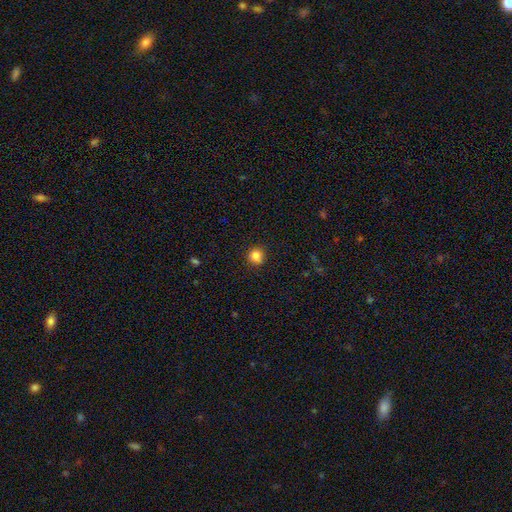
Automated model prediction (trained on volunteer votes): Smooth or featured?
  - smooth: 85% *
  - star or artifact: 11%
  - featured or disk: 4%
How rounded?
  - round: 92% *
  - in between: 7%
  - cigar-shaped: 1%
Merging?
  - none: 91% *
  - minor disturbance: 6%
  - major disturbance: 2%
  - merger: 1%